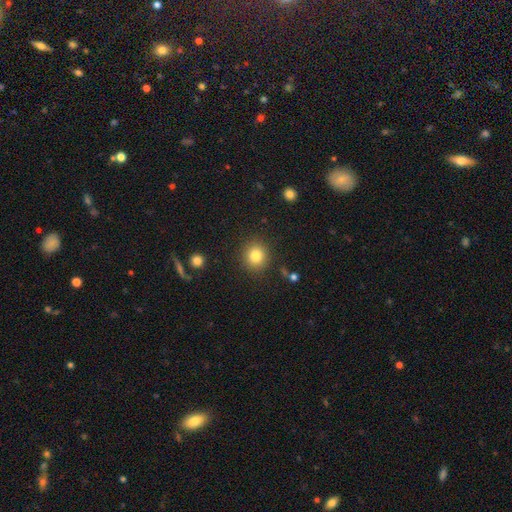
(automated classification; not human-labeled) Smooth or featured: smooth — 82% (star or artifact — 11%)
How rounded: round — 88% (in between — 11%)
Merging: none — 88% (minor disturbance — 7%)